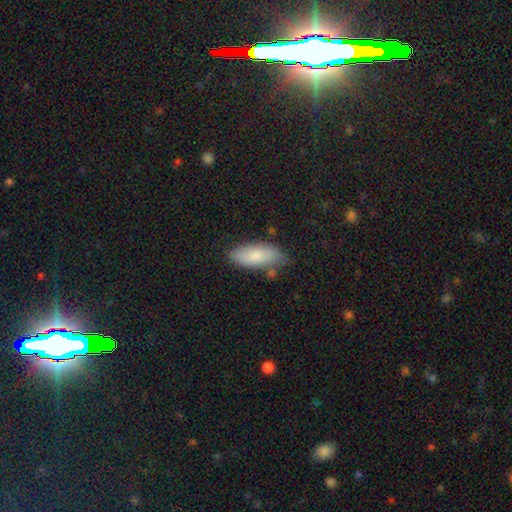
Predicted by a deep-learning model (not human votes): This appears to be a smooth galaxy with no disk features (82%) that is in between round and cigar-shaped (81%). Merging: none (73%).